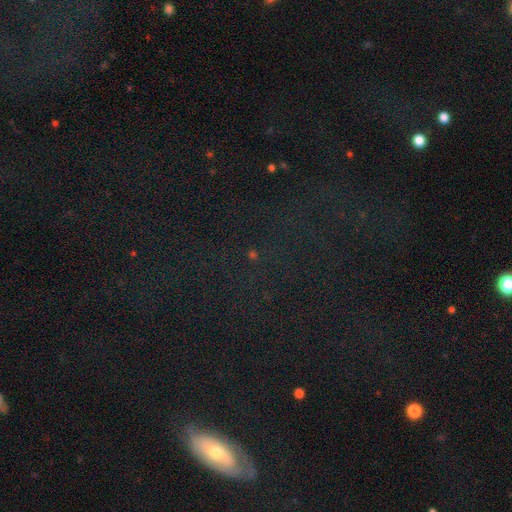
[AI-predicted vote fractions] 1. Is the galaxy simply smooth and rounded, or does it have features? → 58% star or artifact, 24% smooth, 18% featured or disk.